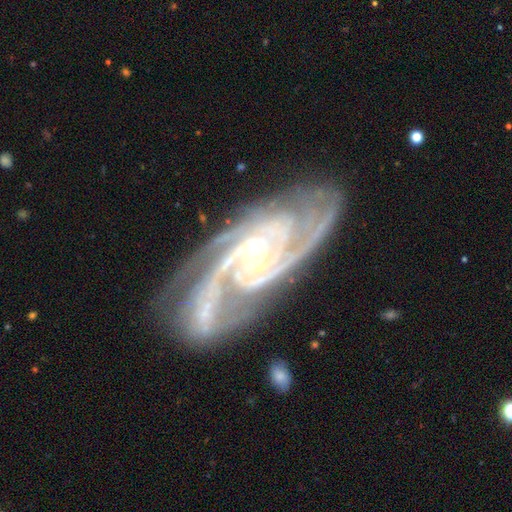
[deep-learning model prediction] The model was most divided on "spiral arm count": 3: 36%, 2: 30%, 4: 13%, can't tell: 10%, more than 4: 6%, 1: 5%. Remaining: spiral arms — yes (99%); edge-on disk — no (96%); smooth or featured — featured or disk (92%); bulge size — small (68%); merging — none (63%); spiral winding — tight (57%); bar — no (46%).